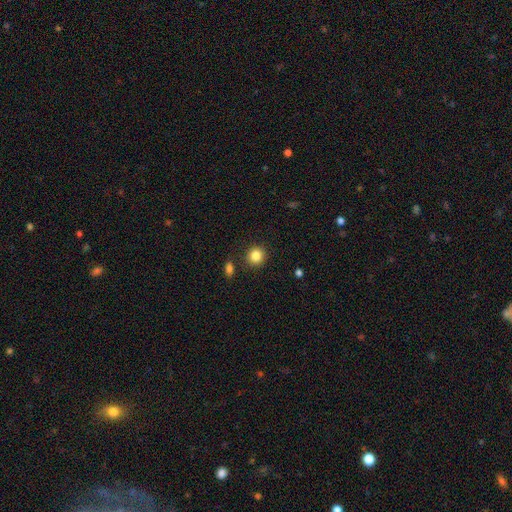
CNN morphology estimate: Smooth or featured: smooth — 85% (star or artifact — 10%)
How rounded: round — 89% (in between — 10%)
Merging: none — 86% (minor disturbance — 8%)